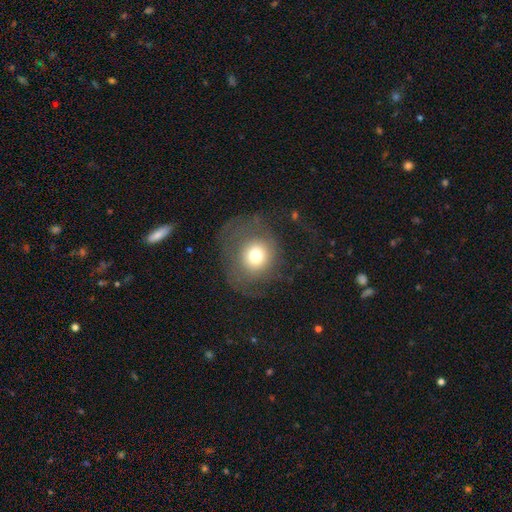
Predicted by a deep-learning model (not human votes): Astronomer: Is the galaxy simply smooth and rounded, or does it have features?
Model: smooth — 60%.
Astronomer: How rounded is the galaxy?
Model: round — 81%.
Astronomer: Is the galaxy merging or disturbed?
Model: none — 53%.